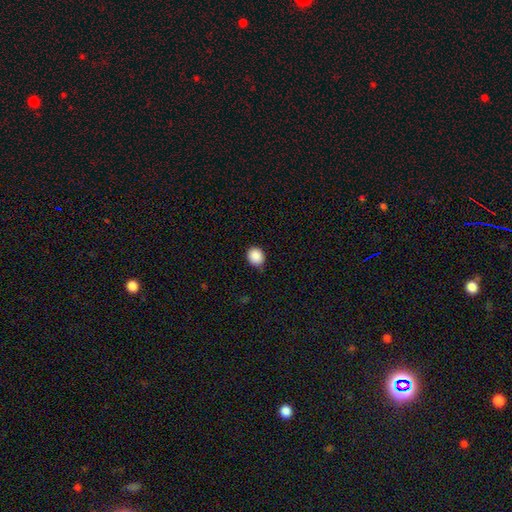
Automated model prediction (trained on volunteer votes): Q: Smooth or featured?
A: smooth (89%); runner-up: star or artifact (9%)
Q: How rounded?
A: round (72%); runner-up: in between (27%)
Q: Merging?
A: none (82%); runner-up: minor disturbance (15%)